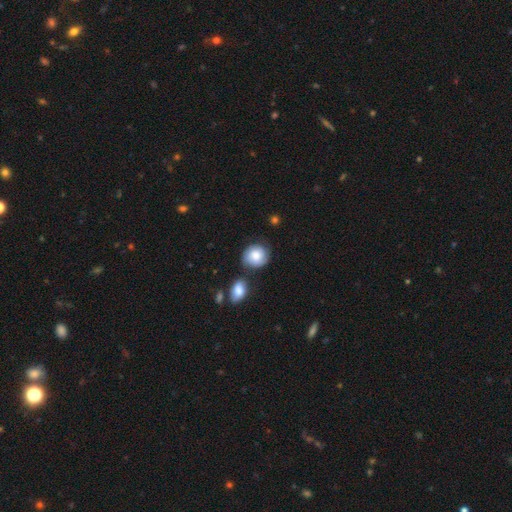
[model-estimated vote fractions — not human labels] A smooth galaxy with no disk features (67%) that is round (78%).

Vote fractions:
- Smooth or featured? smooth: 67% / featured or disk: 25% / star or artifact: 7%
- How rounded? round: 78% / in between: 21% / cigar-shaped: 1%
- Merging? none: 64% / minor disturbance: 19% / merger: 11% / major disturbance: 6%